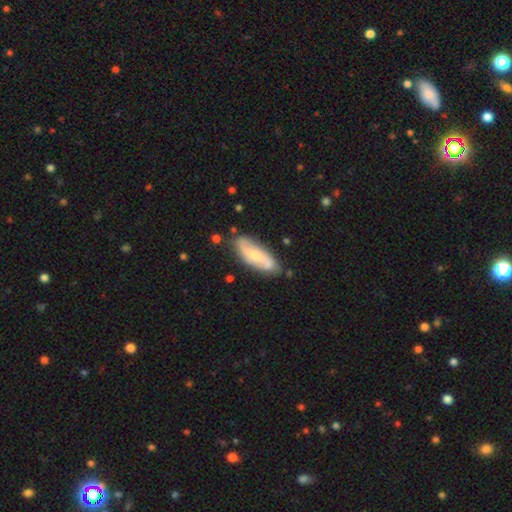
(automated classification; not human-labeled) The model was most divided on "smooth or featured": featured or disk: 58%, smooth: 36%, star or artifact: 5%. More confident: edge-on disk — no (85%); merging — none (76%).